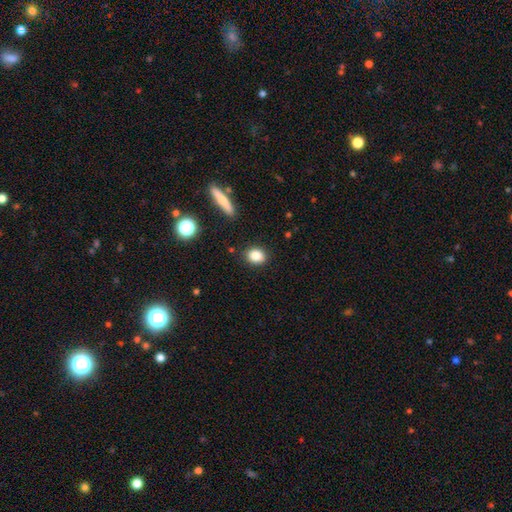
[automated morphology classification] A smooth galaxy with no disk features (85%) that is in between round and cigar-shaped (50%).

Vote fractions:
- Smooth or featured? smooth: 85% / star or artifact: 10% / featured or disk: 5%
- How rounded? in between: 50% / round: 47% / cigar-shaped: 2%
- Merging? none: 88% / minor disturbance: 8% / major disturbance: 2% / merger: 2%